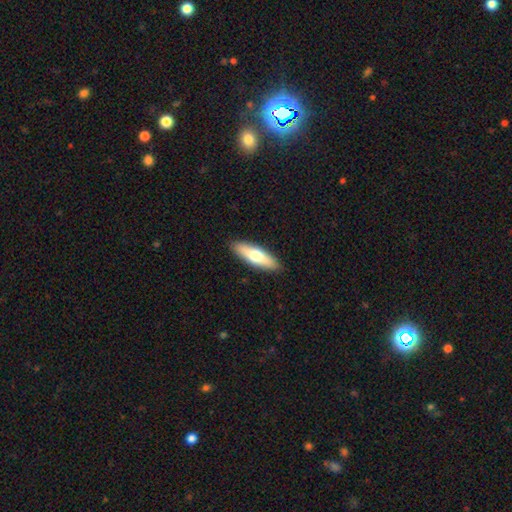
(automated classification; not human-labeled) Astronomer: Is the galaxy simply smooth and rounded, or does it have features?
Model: smooth — 61%.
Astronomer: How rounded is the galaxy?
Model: cigar-shaped — 55% (runner-up: in between, 43%).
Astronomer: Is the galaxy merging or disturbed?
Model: none — 90%.